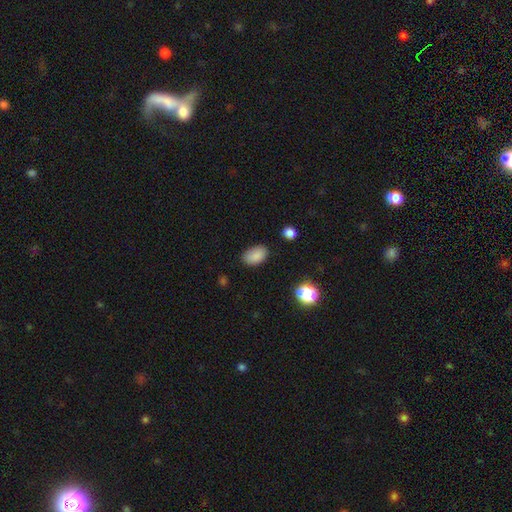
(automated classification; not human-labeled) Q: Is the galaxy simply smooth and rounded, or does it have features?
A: smooth — 86%.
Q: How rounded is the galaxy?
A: in between — 90%.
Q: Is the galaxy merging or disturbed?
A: none — 81%.